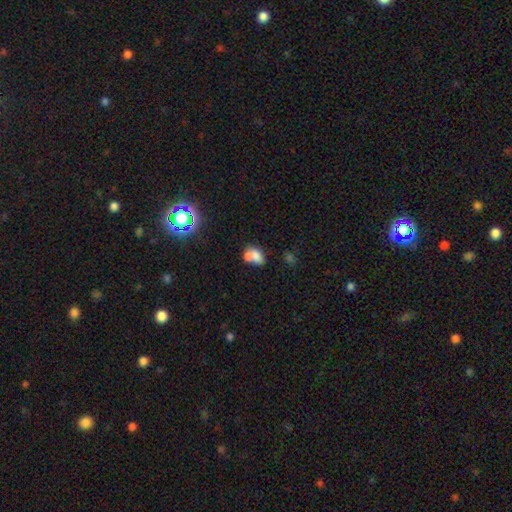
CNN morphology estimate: The model was most divided on "merging": merger: 58%, none: 27%, minor disturbance: 10%, major disturbance: 5%. More confident: how rounded — in between (73%); smooth or featured — smooth (69%).